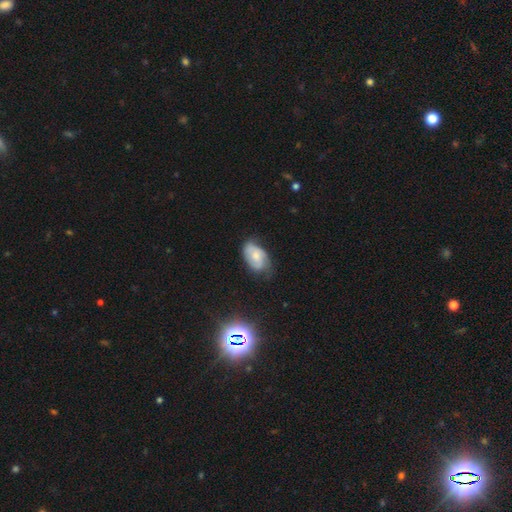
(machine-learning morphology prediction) type=featured or disk (53%); edge-on=no (95%); bar=no (72%); spiral arms=yes (76%); bulge=moderate (47%); merging=none (51%).